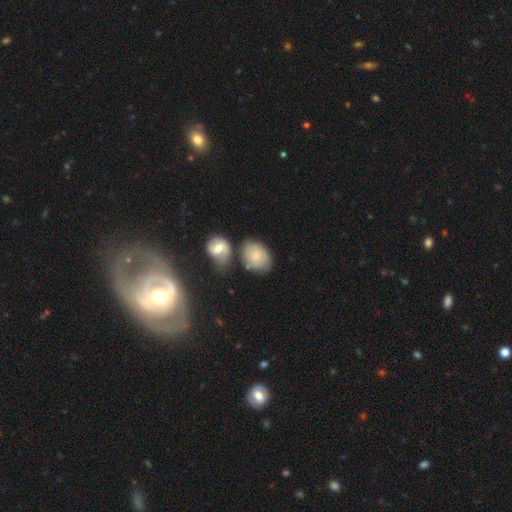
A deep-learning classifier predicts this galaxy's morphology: Overall: smooth (70%). How rounded: in between (68%; round 31%). Merging: none (50%; merger 22%).